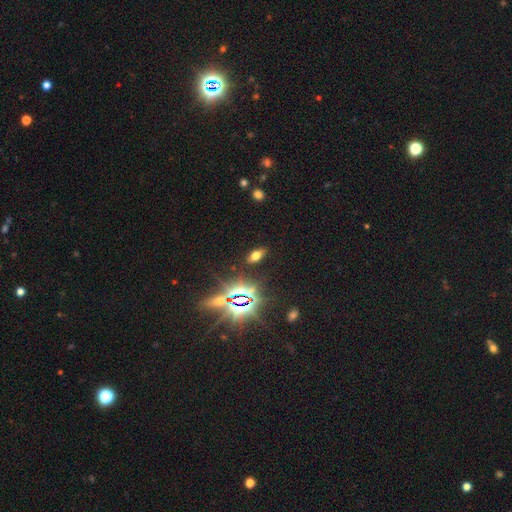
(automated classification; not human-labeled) This appears to be a smooth galaxy with no disk features (53%) that is in between round and cigar-shaped (85%). Merging: none (87%).